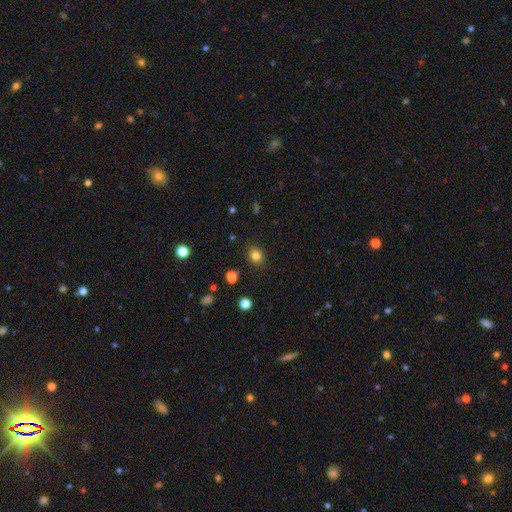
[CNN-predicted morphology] This appears to be a smooth galaxy with no disk features (81%) that is round (71%). Merging: none (87%).